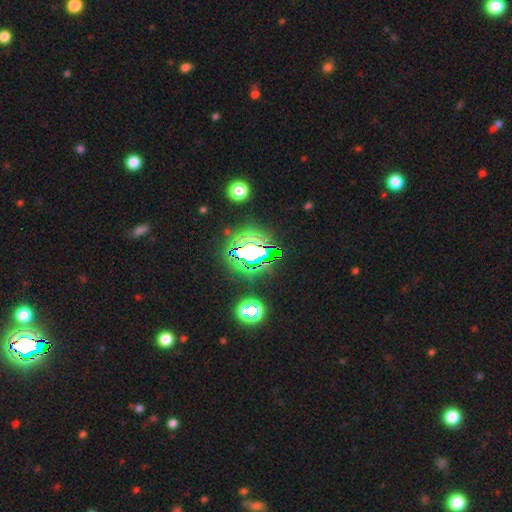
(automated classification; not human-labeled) Smooth or featured?
  - star or artifact: 81% *
  - smooth: 11%
  - featured or disk: 8%